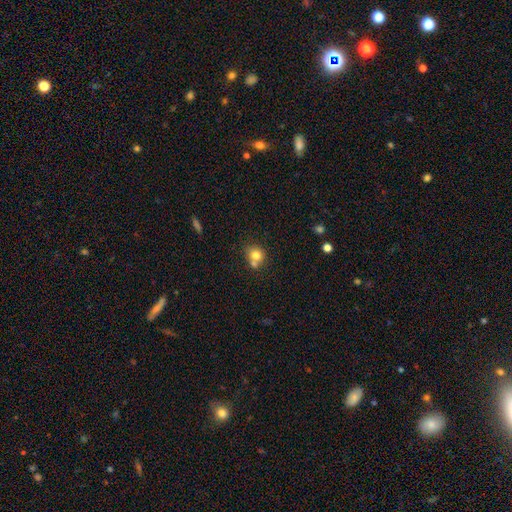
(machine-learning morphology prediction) This appears to be a smooth galaxy with no disk features (77%) that is round (74%). Merging: none (47%).